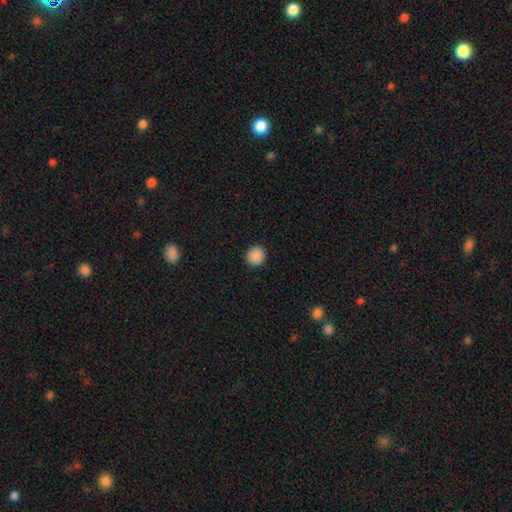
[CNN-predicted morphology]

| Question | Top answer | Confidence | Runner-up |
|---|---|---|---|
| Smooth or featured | smooth | 89% | star or artifact (9%) |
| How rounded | round | 92% | in between (7%) |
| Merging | none | 92% | minor disturbance (5%) |